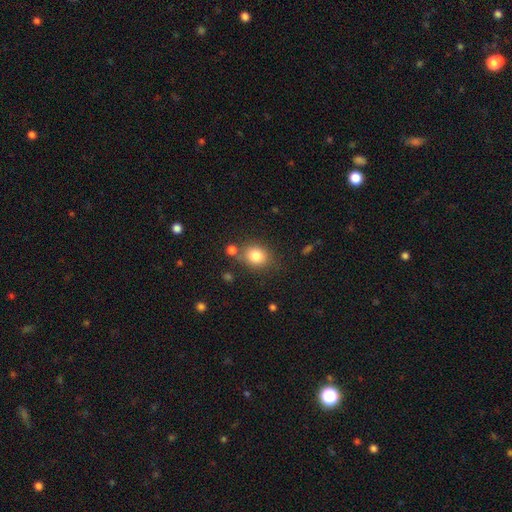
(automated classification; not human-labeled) Morphology: type=smooth (82%); roundness=round (59%); merging=none (73%).